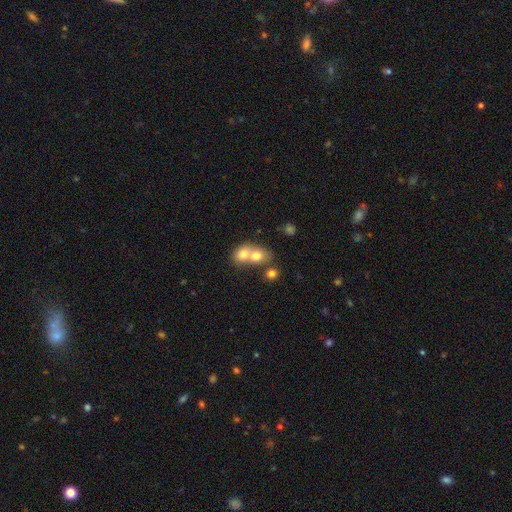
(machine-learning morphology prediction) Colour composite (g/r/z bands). It shows a smooth galaxy with no disk features (72%) that is round (55%). Merging: merger (71%).